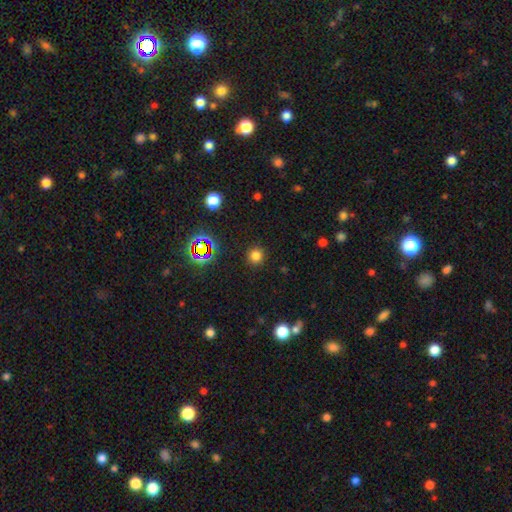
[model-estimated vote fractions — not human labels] Smooth or featured? smooth (77%)
How rounded? round (93%)
Merging? none (90%)